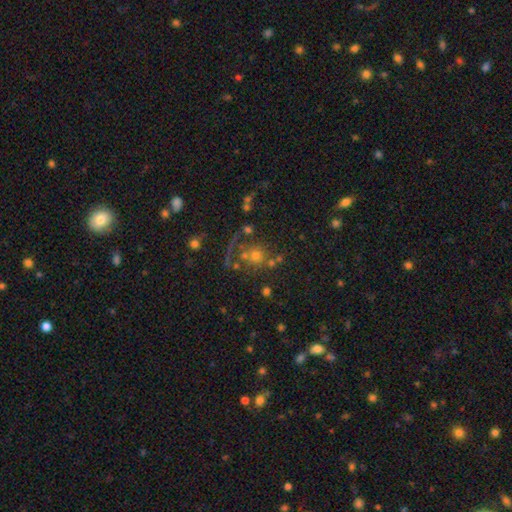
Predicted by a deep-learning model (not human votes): Morphology: type=smooth (52%); roundness=round (88%); merging=none (57%).